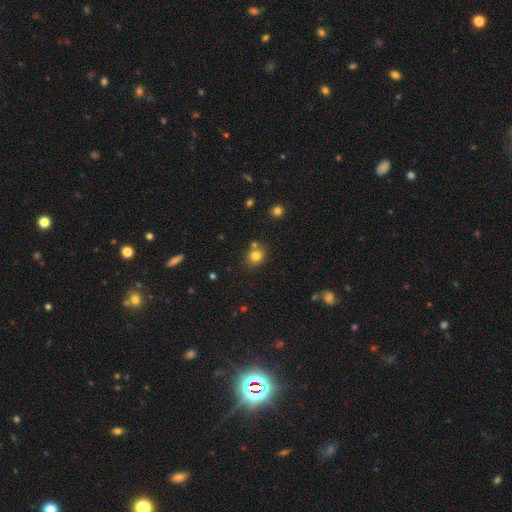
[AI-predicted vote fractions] Smooth or featured?
  - smooth: 79% *
  - star or artifact: 13%
  - featured or disk: 8%
How rounded?
  - round: 76% *
  - in between: 24%
  - cigar-shaped: 1%
Merging?
  - none: 69% *
  - merger: 17%
  - minor disturbance: 11%
  - major disturbance: 3%